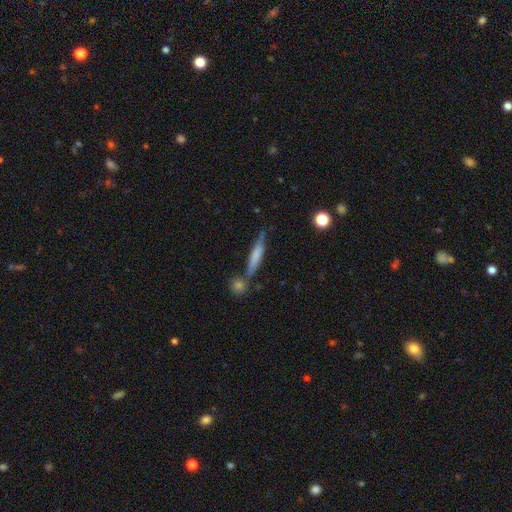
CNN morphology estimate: This appears to be a smooth galaxy with no disk features (55%) that is cigar-shaped (89%). Merging: none (69%).